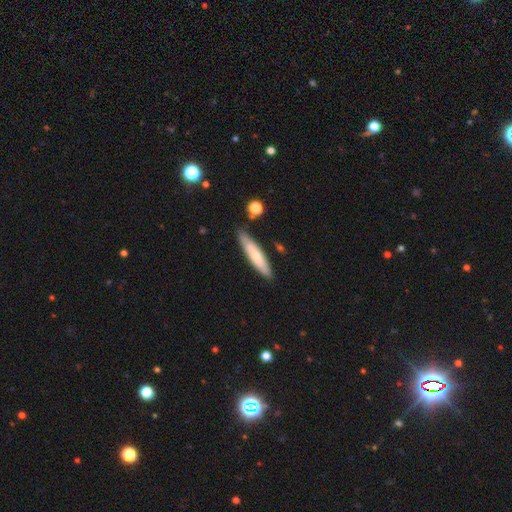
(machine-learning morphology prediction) Overall: smooth (62%; featured or disk 33%). How rounded: cigar-shaped (84%). Merging: none (81%).